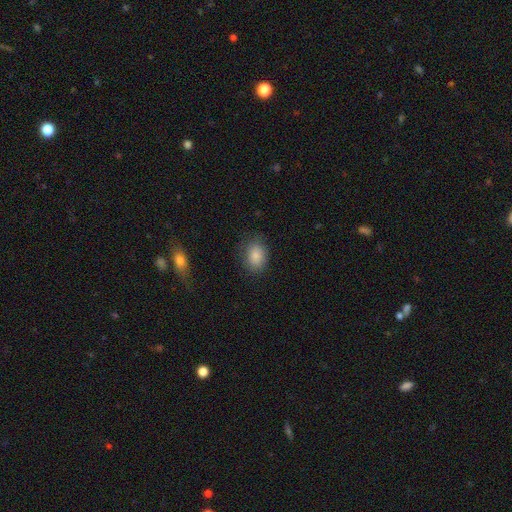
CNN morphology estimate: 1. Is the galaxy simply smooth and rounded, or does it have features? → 85% smooth, 8% star or artifact, 7% featured or disk.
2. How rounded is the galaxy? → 73% in between, 26% round, 1% cigar-shaped.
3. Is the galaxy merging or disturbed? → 79% none, 15% minor disturbance, 5% major disturbance, 1% merger.